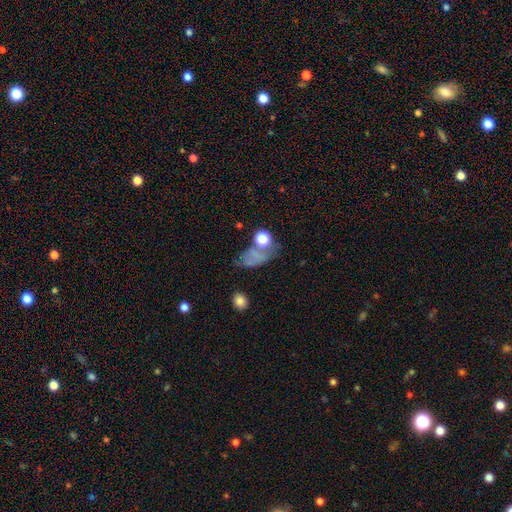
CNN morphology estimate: Smooth or featured: smooth — 54% (featured or disk — 23%)
How rounded: in between — 70% (round — 26%)
Merging: none — 39% (major disturbance — 26%)